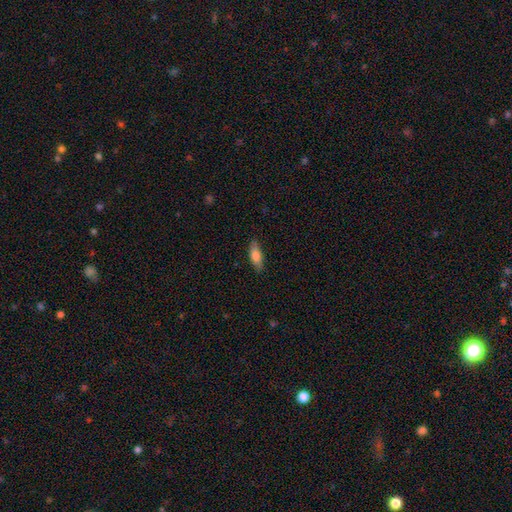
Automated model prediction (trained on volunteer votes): This appears to be a smooth galaxy with no disk features (78%) that is in between round and cigar-shaped (62%). Merging: none (85%).